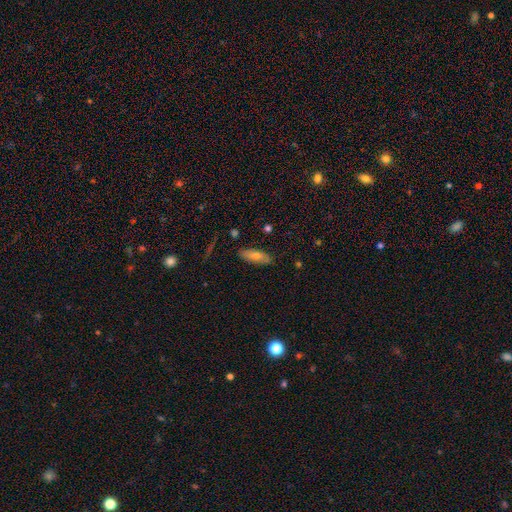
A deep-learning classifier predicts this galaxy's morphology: Smooth or featured? smooth (59%)
How rounded? in between (60%)
Merging? none (83%)